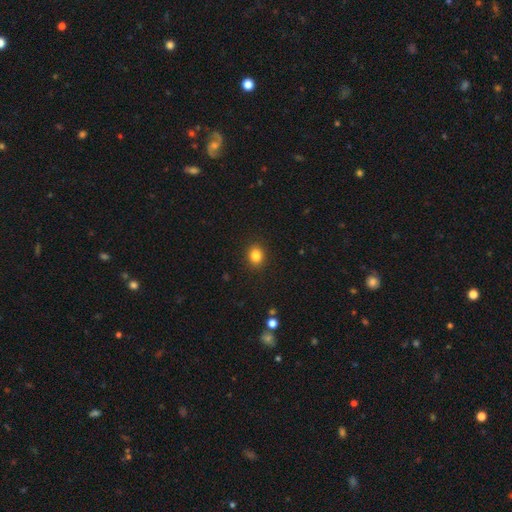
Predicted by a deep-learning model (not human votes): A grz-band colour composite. It shows a smooth galaxy with no disk features (84%) that is round (62%). Merging: none (91%).